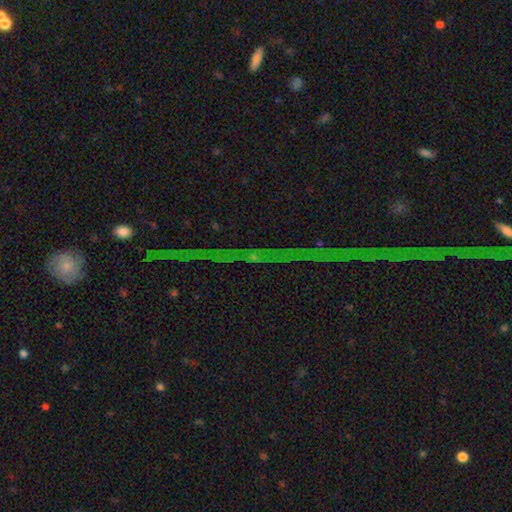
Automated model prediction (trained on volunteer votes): The model was most divided on "smooth or featured": star or artifact: 81%, featured or disk: 11%, smooth: 9%.